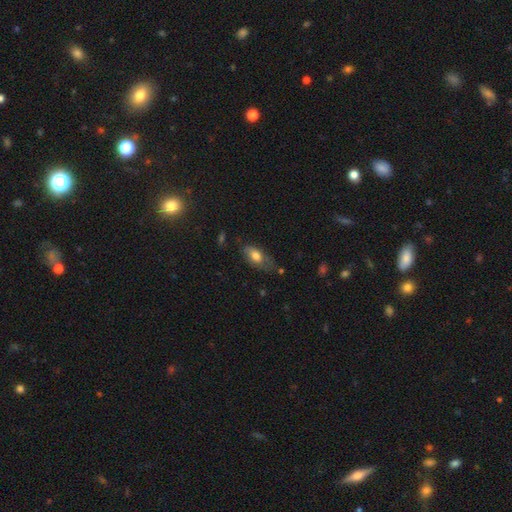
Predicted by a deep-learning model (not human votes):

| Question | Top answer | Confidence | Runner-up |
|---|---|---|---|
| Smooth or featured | smooth | 70% | featured or disk (23%) |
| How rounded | in between | 86% | cigar-shaped (9%) |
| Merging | none | 49% | minor disturbance (33%) |